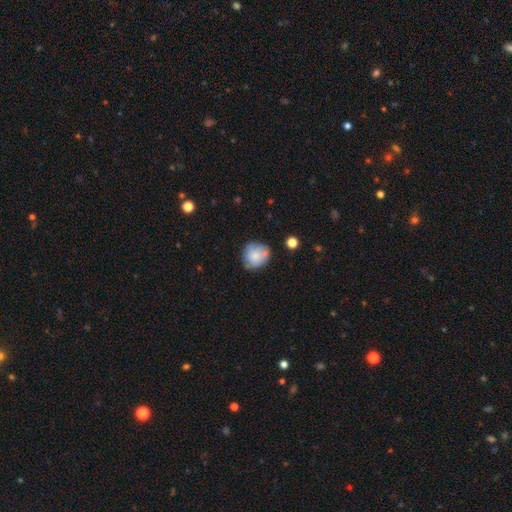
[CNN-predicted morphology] smooth 72%, featured or disk 20%, star or artifact 8%. Down the decision tree: how rounded — round (84%); merging — none (66%).